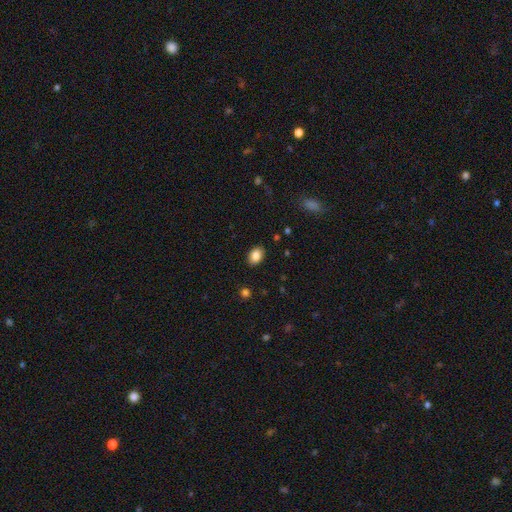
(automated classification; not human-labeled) Morphology: type=smooth (85%); roundness=in between (80%); merging=none (88%).